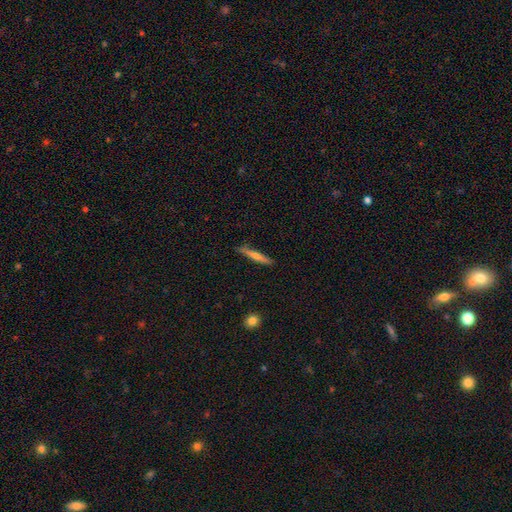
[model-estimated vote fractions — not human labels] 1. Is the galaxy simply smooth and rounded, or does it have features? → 52% smooth, 42% featured or disk, 6% star or artifact.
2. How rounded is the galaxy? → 94% cigar-shaped, 5% in between, 2% round.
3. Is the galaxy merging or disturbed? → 85% none, 11% minor disturbance, 2% major disturbance, 2% merger.